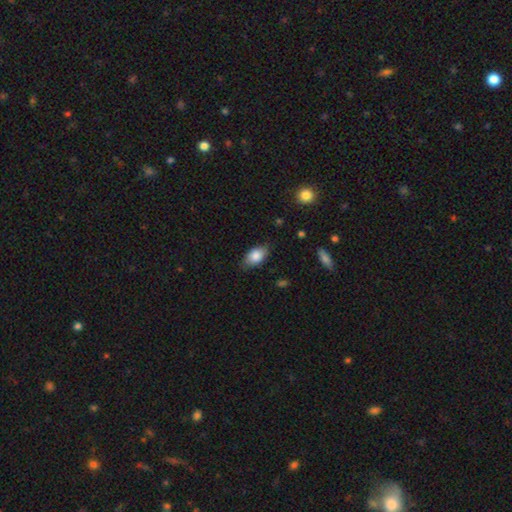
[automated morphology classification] This is clearly a smooth galaxy (83%). How rounded: clearly in between (90%). Merging: likely none (78%).